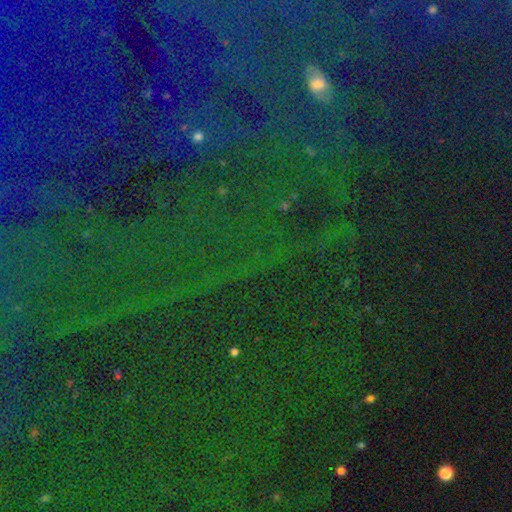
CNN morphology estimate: Smooth or featured? star or artifact (84%)